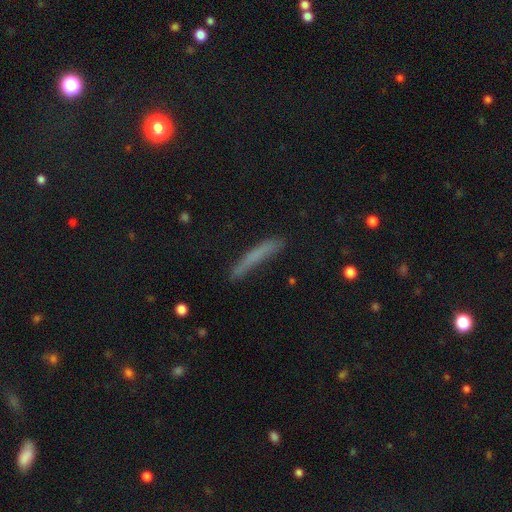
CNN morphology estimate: A smooth galaxy with no disk features (68%) that is cigar-shaped (94%).

Vote fractions:
- Smooth or featured? smooth: 68% / featured or disk: 22% / star or artifact: 10%
- How rounded? cigar-shaped: 94% / in between: 4% / round: 2%
- Merging? none: 71% / minor disturbance: 21% / major disturbance: 6% / merger: 3%